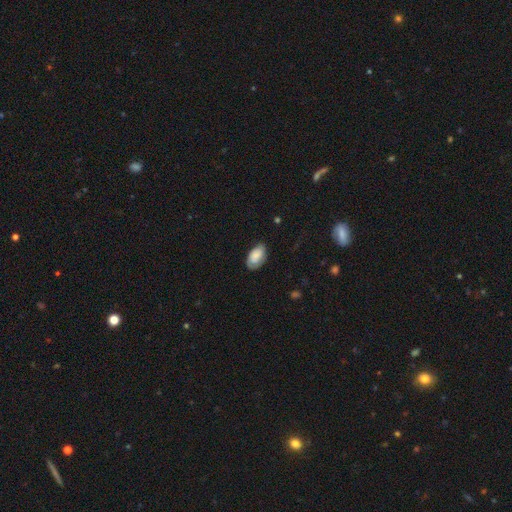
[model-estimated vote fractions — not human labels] Morphology: type=smooth (68%); roundness=in between (94%); merging=none (69%).